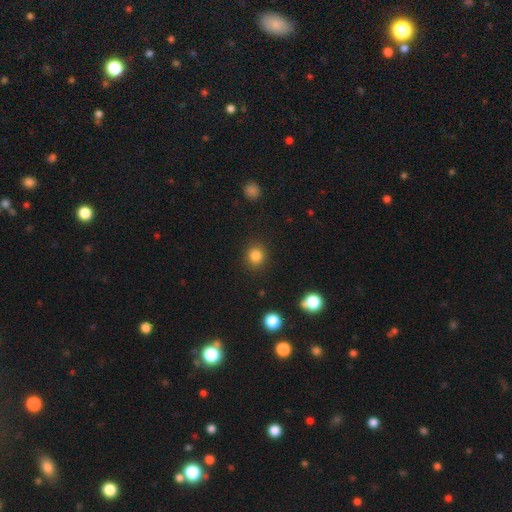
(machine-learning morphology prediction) This is clearly a smooth galaxy (83%). How rounded: clearly round (87%). Merging: clearly none (90%).